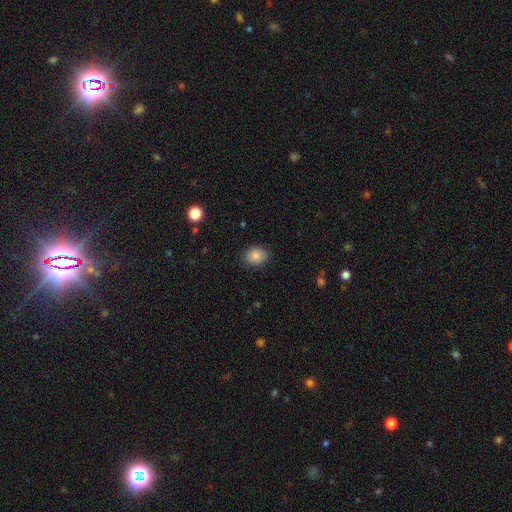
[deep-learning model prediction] Morphology: type=smooth (86%); roundness=in between (51%); merging=none (85%).